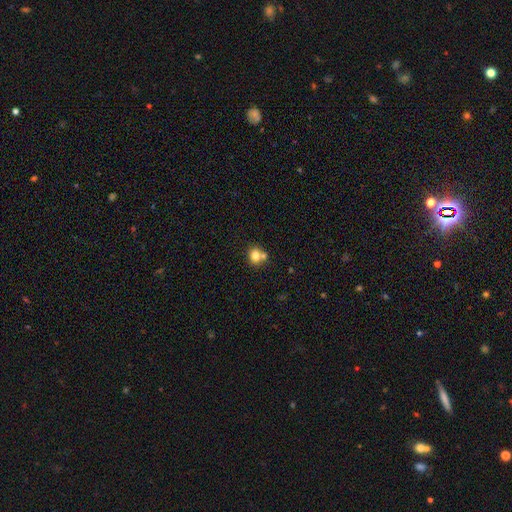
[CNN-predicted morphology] Smooth or featured?
  - smooth: 78% *
  - featured or disk: 11%
  - star or artifact: 11%
How rounded?
  - round: 73% *
  - in between: 26%
  - cigar-shaped: 1%
Merging?
  - none: 50% *
  - merger: 38%
  - minor disturbance: 9%
  - major disturbance: 3%